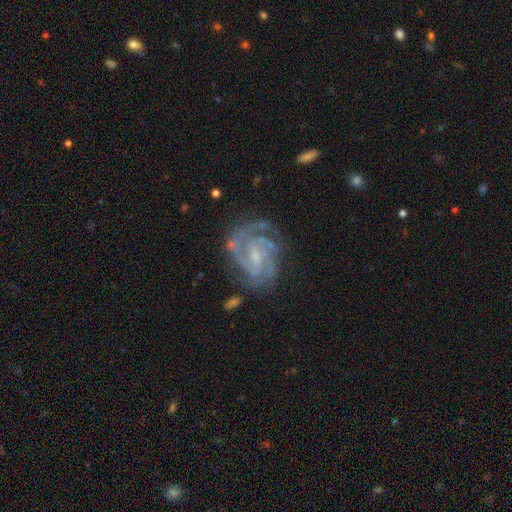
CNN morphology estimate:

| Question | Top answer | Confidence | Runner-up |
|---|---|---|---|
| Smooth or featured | featured or disk | 89% | star or artifact (5%) |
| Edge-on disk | no | 98% | yes (2%) |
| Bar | weak | 51% | no (37%) |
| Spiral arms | yes | 97% | no (3%) |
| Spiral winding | tight | 59% | medium (35%) |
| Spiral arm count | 2 | 34% | 3 (33%) |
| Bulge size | small | 62% | moderate (24%) |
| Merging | none | 67% | minor disturbance (20%) |